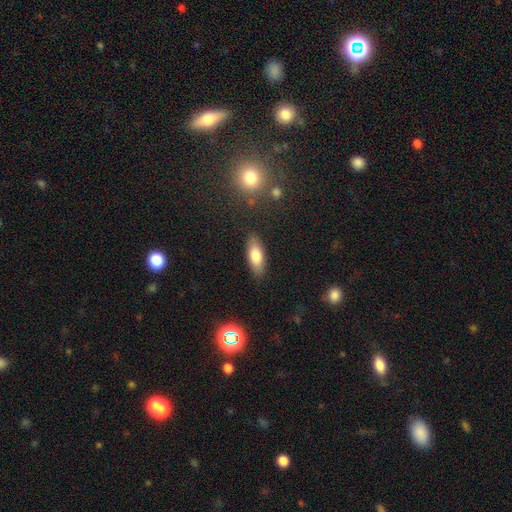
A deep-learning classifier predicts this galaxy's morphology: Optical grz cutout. It shows a smooth galaxy with no disk features (76%) that is in between round and cigar-shaped (71%). Merging: none (86%).